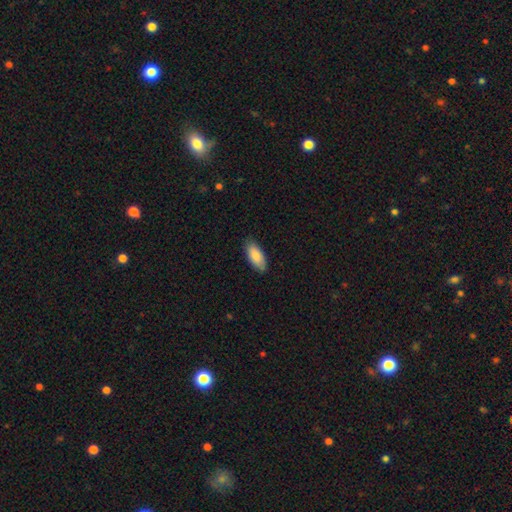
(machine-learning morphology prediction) Q: Smooth or featured?
A: smooth (85%); runner-up: featured or disk (9%)
Q: How rounded?
A: in between (88%); runner-up: cigar-shaped (10%)
Q: Merging?
A: none (84%); runner-up: minor disturbance (13%)